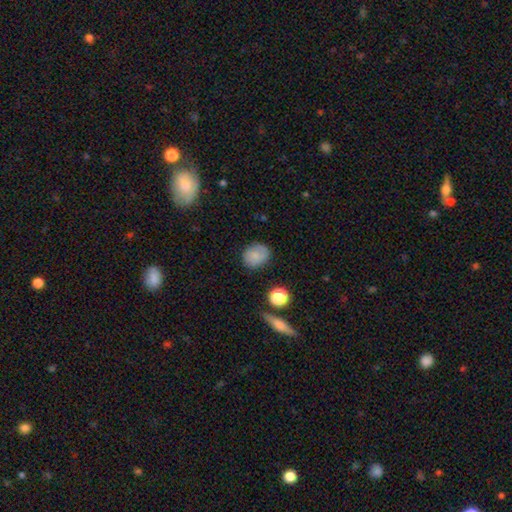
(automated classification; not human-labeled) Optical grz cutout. It shows a smooth galaxy with no disk features (75%) that is round (62%). Merging: none (77%).